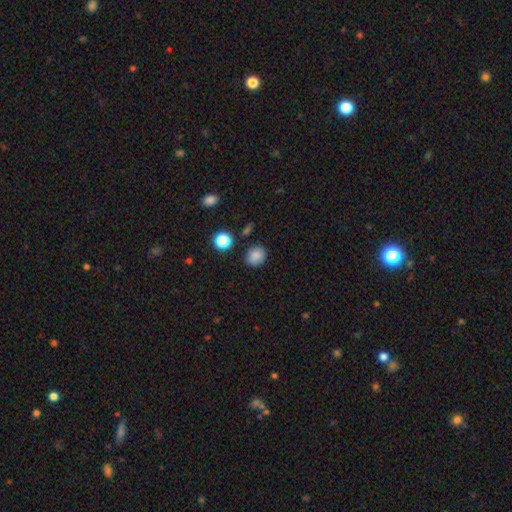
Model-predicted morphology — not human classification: type=smooth (85%); roundness=round (70%); merging=none (84%).